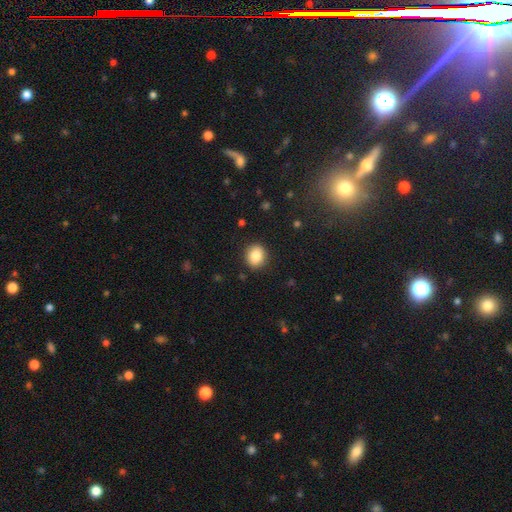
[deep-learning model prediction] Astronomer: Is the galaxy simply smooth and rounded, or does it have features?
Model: smooth — 85%.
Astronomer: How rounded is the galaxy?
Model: round — 74%.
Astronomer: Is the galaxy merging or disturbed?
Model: none — 90%.